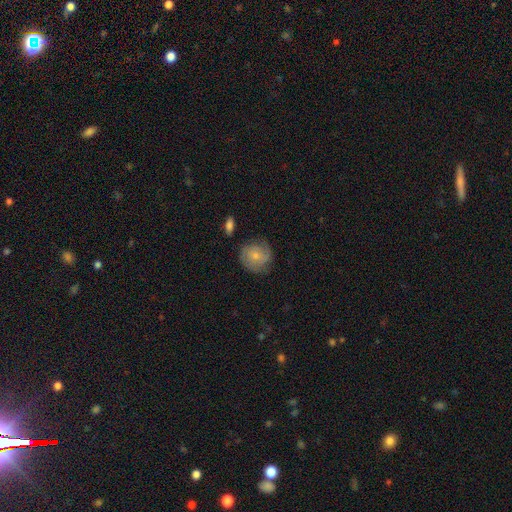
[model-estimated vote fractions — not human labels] Morphology: type=smooth (55%); roundness=round (85%); merging=none (68%).